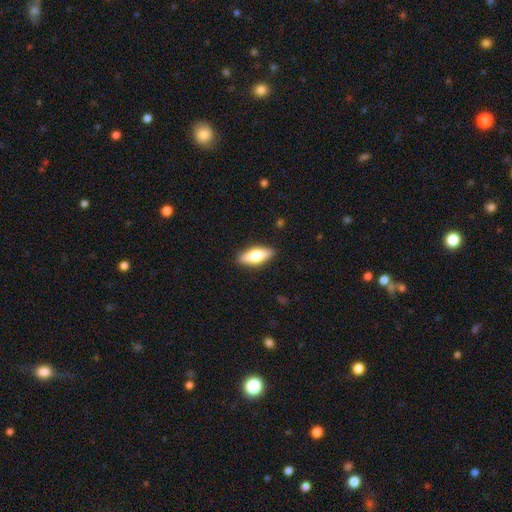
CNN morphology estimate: Smooth or featured? Predicted: smooth (p=0.63). How rounded? Predicted: in between (p=0.69). Merging? Predicted: none (p=0.89).